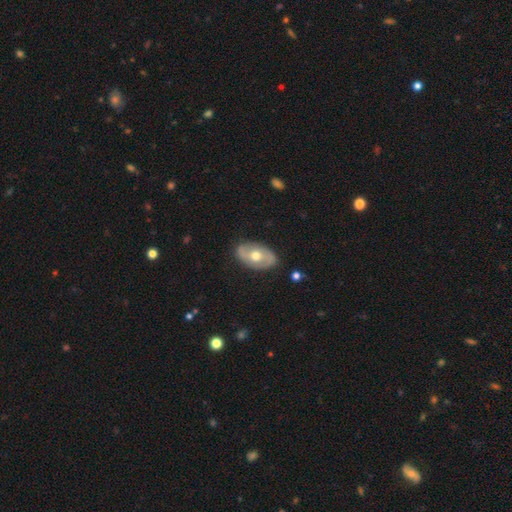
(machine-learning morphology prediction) Smooth or featured? Predicted: featured or disk (p=0.58). Edge-on disk? Predicted: no (p=0.91). Bar? Predicted: no (p=0.70). Spiral arms? Predicted: no (p=0.54). Bulge size? Predicted: moderate (p=0.79). Merging? Predicted: none (p=0.83).